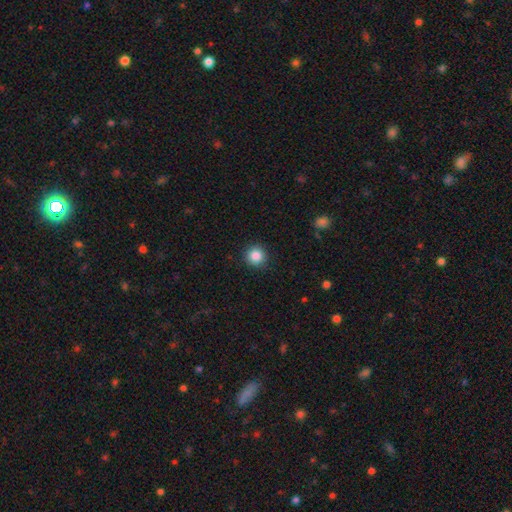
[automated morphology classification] smooth 86%, star or artifact 10%, featured or disk 3%. Down the decision tree: how rounded — round (94%); merging — none (91%).